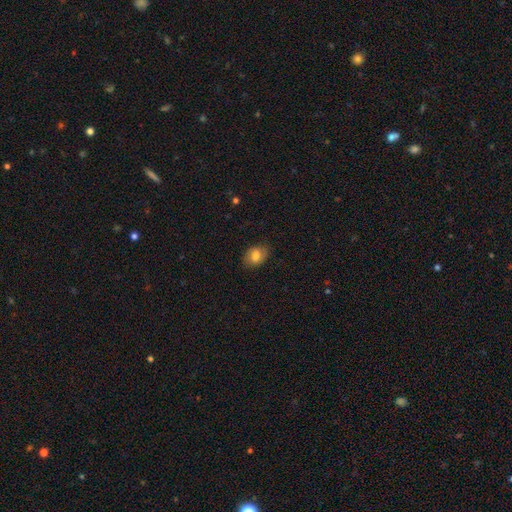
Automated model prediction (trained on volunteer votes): Q: Smooth or featured?
A: smooth (76%); runner-up: featured or disk (15%)
Q: How rounded?
A: in between (74%); runner-up: round (25%)
Q: Merging?
A: none (82%); runner-up: minor disturbance (14%)